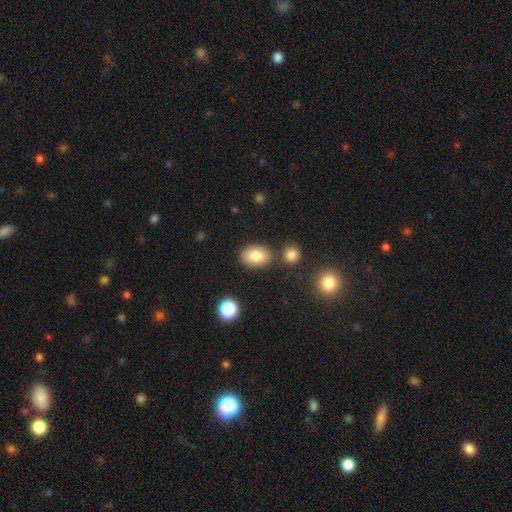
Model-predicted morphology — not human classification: Smooth or featured? smooth (82%)
How rounded? in between (82%)
Merging? none (78%)